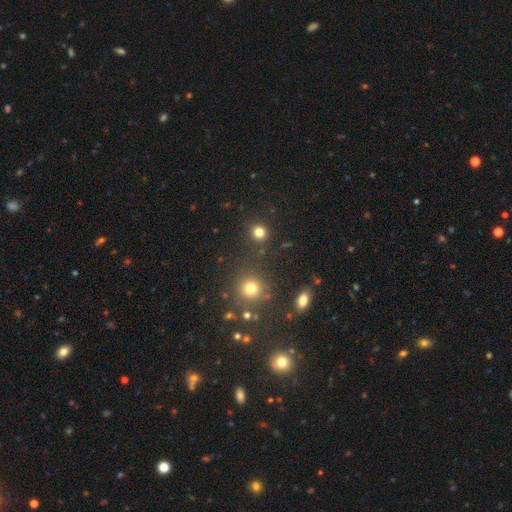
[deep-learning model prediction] A smooth galaxy with no disk features (49%). Merging: none (74%).